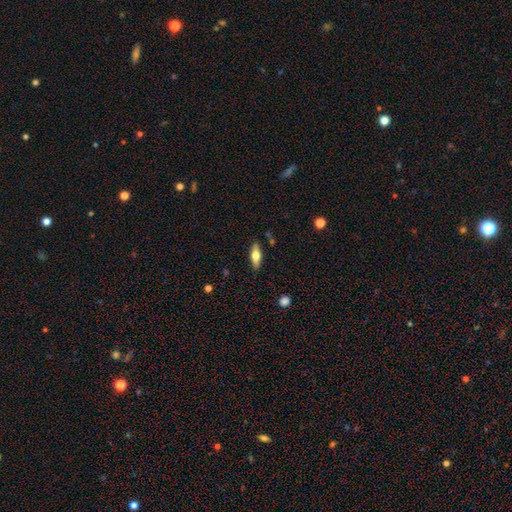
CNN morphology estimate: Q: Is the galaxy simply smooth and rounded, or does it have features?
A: smooth — 54%.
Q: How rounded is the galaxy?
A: in between — 60%.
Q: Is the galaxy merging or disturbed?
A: none — 87%.